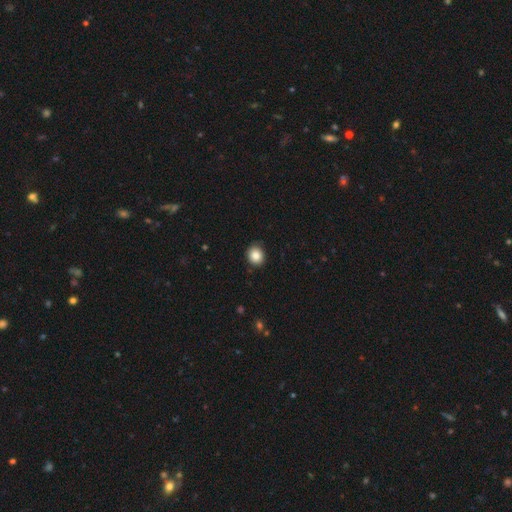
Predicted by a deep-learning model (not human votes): This appears to be a smooth galaxy with no disk features (86%) that is round (78%). Merging: none (89%).